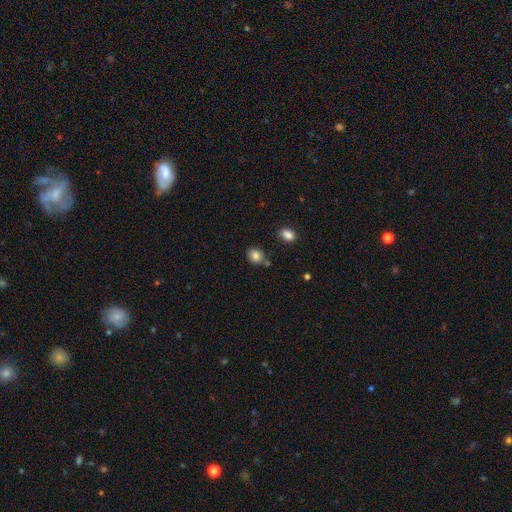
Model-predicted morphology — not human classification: A smooth galaxy with no disk features (83%) that is round (59%). Merging: none (72%).